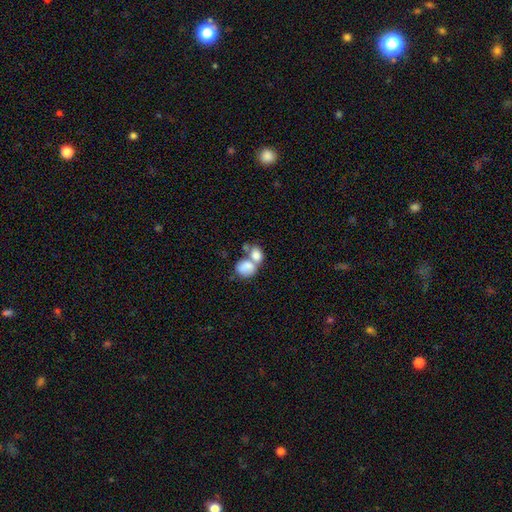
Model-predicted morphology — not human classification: Smooth or featured?
  - smooth: 79% *
  - featured or disk: 13%
  - star or artifact: 8%
How rounded?
  - in between: 63% *
  - round: 36%
  - cigar-shaped: 1%
Merging?
  - merger: 67% *
  - none: 21%
  - minor disturbance: 7%
  - major disturbance: 5%